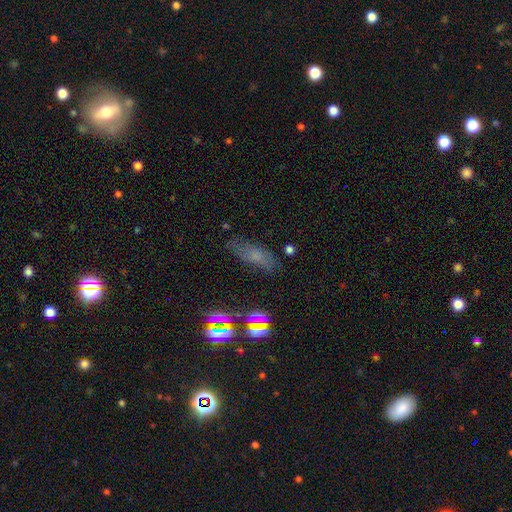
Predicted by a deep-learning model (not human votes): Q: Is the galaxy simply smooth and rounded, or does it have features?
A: smooth — 50%.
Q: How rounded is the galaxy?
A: in between — 60%.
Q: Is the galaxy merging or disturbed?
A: none — 65%.